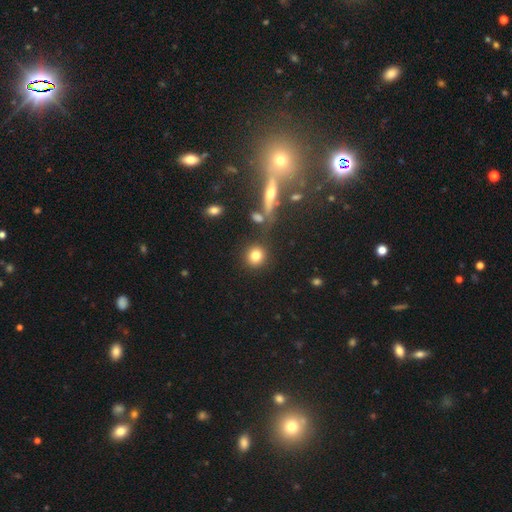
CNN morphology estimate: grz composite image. It shows a smooth galaxy with no disk features (79%) that is round (88%). Merging: none (81%).